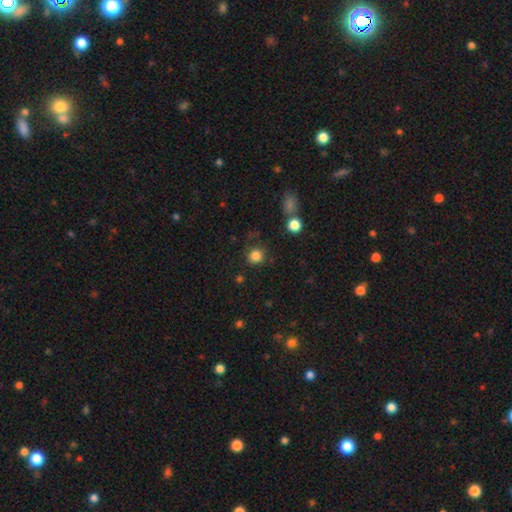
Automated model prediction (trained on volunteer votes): smooth-or-featured: smooth: 83% | star or artifact: 13% | featured or disk: 4%
  how-rounded: round: 90% | in between: 9% | cigar-shaped: 1%
  merging: none: 82% | minor disturbance: 11% | major disturbance: 4% | merger: 3%